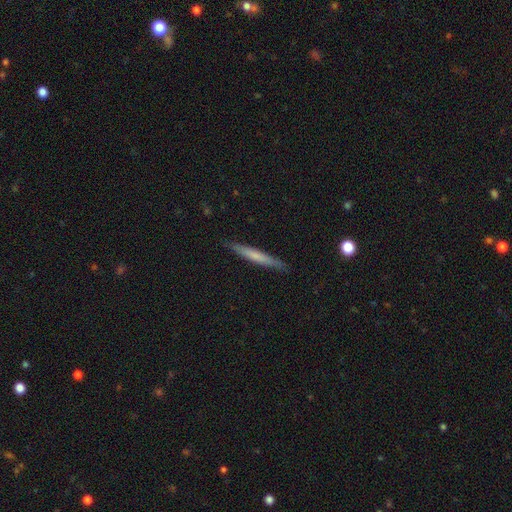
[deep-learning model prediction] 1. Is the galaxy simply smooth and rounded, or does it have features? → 57% smooth, 37% featured or disk, 6% star or artifact.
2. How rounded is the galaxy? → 96% cigar-shaped, 3% in between, 1% round.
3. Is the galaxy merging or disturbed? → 89% none, 8% minor disturbance, 2% major disturbance, 1% merger.